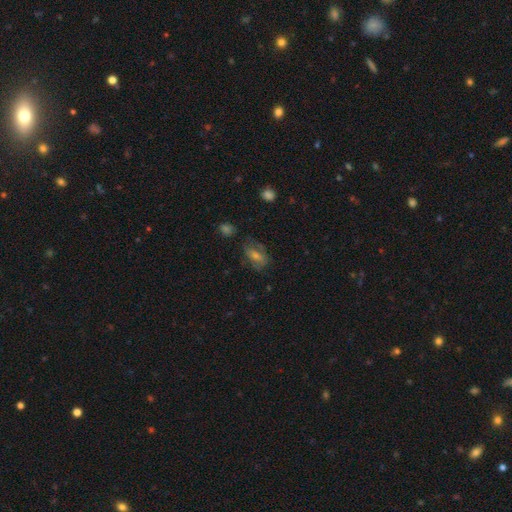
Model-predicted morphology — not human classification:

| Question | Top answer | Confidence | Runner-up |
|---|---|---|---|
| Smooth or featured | featured or disk | 41% | tied: smooth (41%) |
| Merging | none | 67% | minor disturbance (20%) |